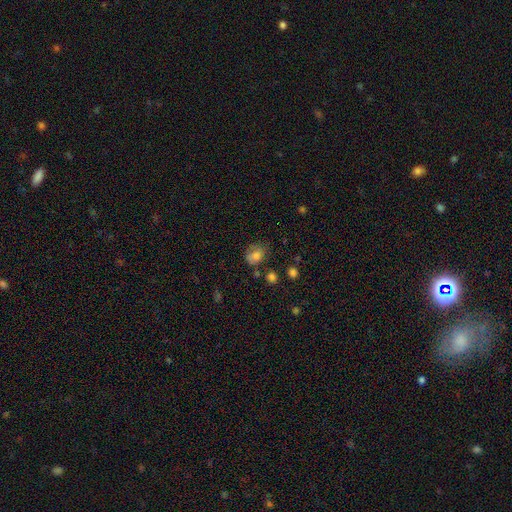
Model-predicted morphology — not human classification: Smooth or featured? smooth (76%)
How rounded? round (50%)
Merging? none (53%)